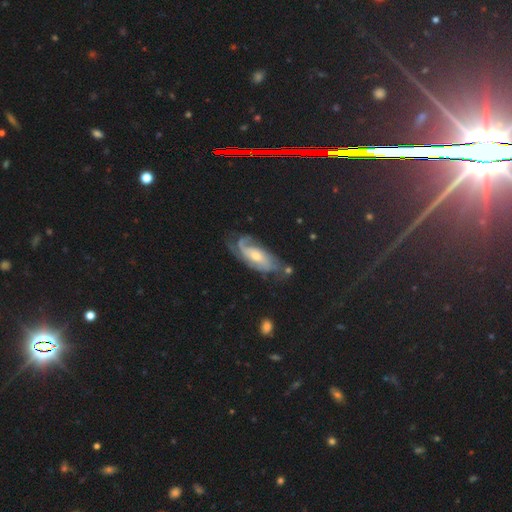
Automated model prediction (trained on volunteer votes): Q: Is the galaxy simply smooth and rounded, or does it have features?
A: featured or disk — 80%.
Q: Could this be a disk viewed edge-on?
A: no — 91%.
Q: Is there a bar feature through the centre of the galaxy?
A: no — 57%.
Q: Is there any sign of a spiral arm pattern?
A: yes — 95%.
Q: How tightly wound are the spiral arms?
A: tight — 47%.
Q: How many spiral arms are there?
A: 2 — 36%.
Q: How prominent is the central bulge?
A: moderate — 53%.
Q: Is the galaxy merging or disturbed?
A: none — 59%.